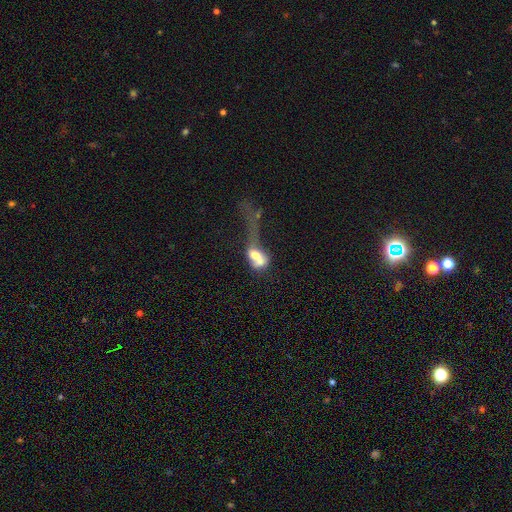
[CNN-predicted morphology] Smooth or featured: smooth — 56% (featured or disk — 34%)
How rounded: in between — 66% (round — 28%)
Merging: merger — 50% (major disturbance — 32%)